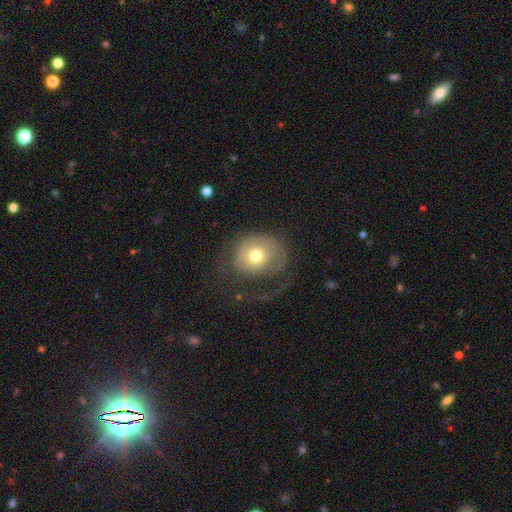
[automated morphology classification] Smooth or featured? smooth (61%)
How rounded? round (77%)
Merging? none (41%)